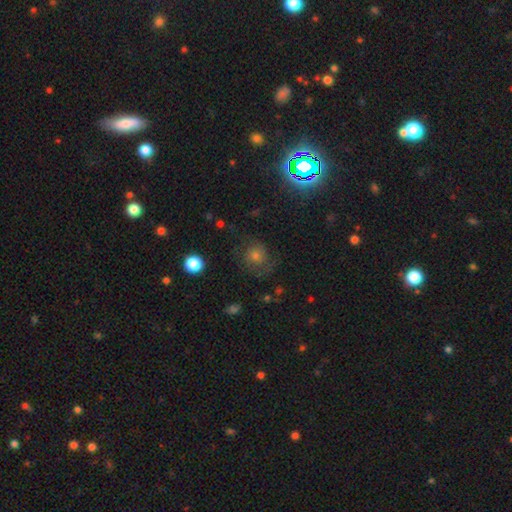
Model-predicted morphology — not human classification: Overall: smooth (45%; star or artifact 28%). Merging: none (66%).